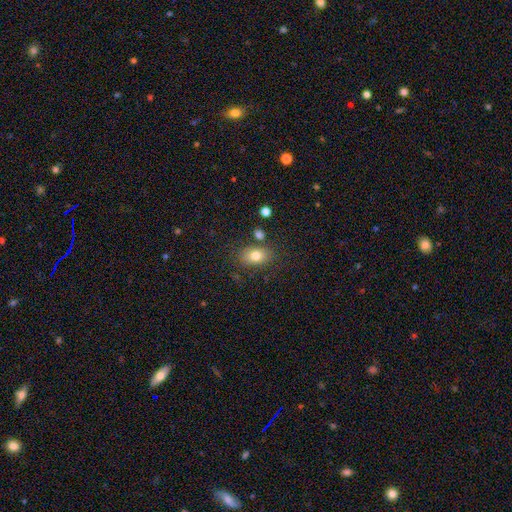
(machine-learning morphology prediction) Smooth or featured: smooth — 78% (featured or disk — 12%)
How rounded: in between — 82% (round — 17%)
Merging: none — 74% (minor disturbance — 14%)